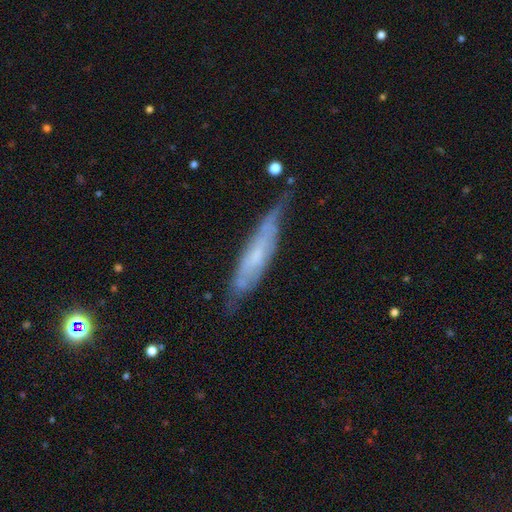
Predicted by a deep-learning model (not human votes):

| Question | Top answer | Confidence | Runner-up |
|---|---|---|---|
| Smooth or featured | featured or disk | 59% | smooth (33%) |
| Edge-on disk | yes | 56% | no (44%) |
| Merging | none | 51% | minor disturbance (33%) |